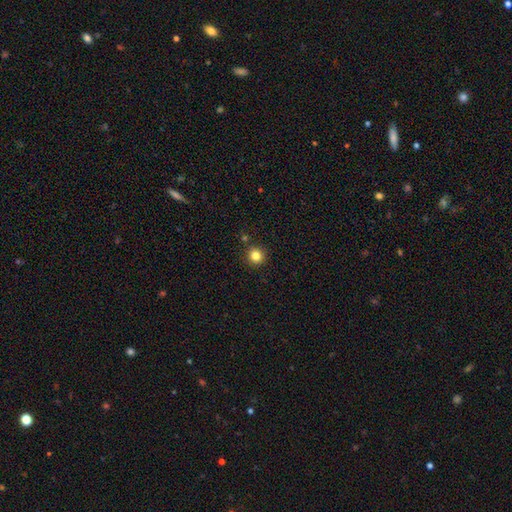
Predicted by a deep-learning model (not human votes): A smooth galaxy with no disk features (83%) that is round (94%).

Vote fractions:
- Smooth or featured? smooth: 83% / star or artifact: 12% / featured or disk: 5%
- How rounded? round: 94% / in between: 5% / cigar-shaped: 1%
- Merging? none: 90% / minor disturbance: 5% / merger: 3% / major disturbance: 2%